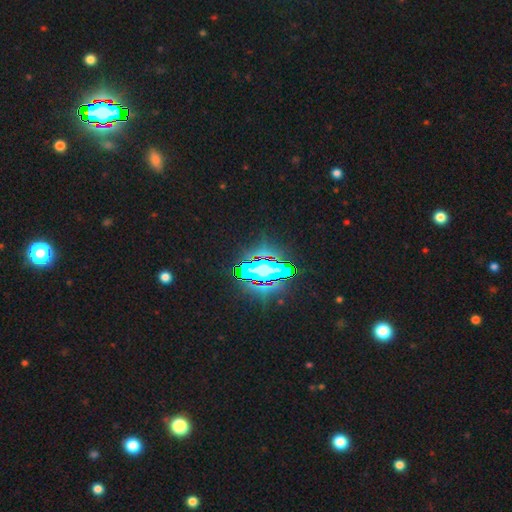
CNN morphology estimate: This appears to be a star or artifact, not a galaxy (83%).